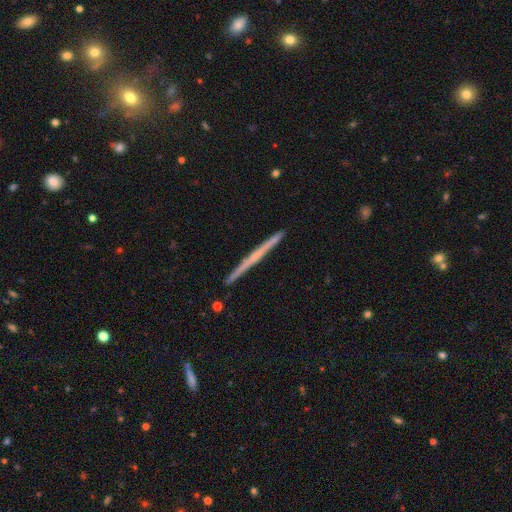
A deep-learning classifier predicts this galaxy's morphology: This appears to be a featured or disk galaxy (66%) viewed edge-on (98%) with no central bulge (71%). Merging: none (92%).